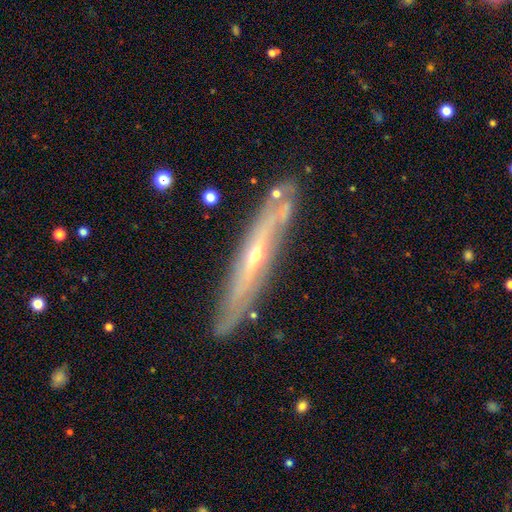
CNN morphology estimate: Smooth or featured: featured or disk — 77% (smooth — 16%)
Edge-on disk: yes — 73% (no — 27%)
Edge-on bulge: rounded — 72% (none — 26%)
Merging: none — 80% (minor disturbance — 14%)